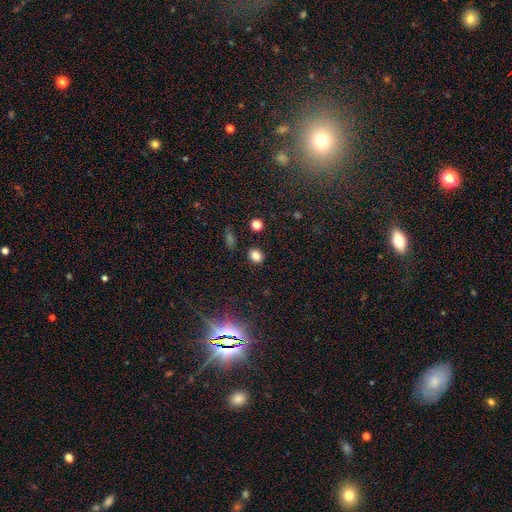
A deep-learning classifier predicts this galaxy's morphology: Overall: smooth (81%). How rounded: round (60%; in between 38%). Merging: none (87%).